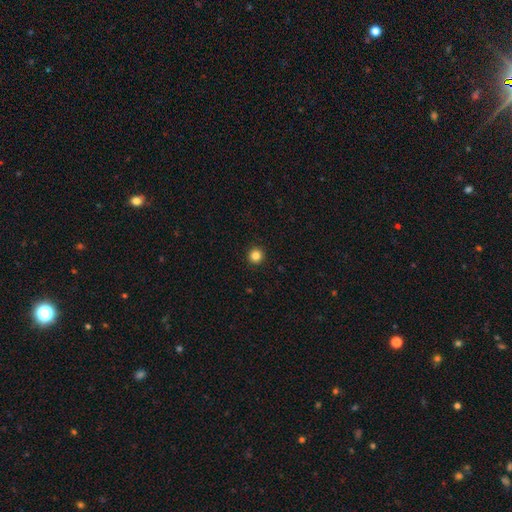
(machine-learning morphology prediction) smooth 84%, star or artifact 12%, featured or disk 4%. Down the decision tree: how rounded — round (96%); merging — none (94%).